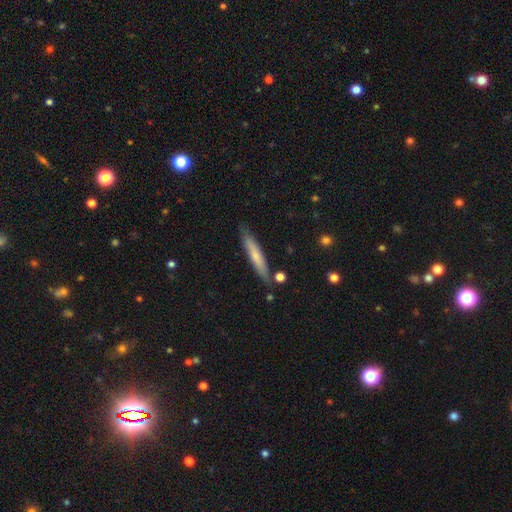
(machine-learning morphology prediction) type=smooth (61%); roundness=cigar-shaped (93%); merging=none (81%).